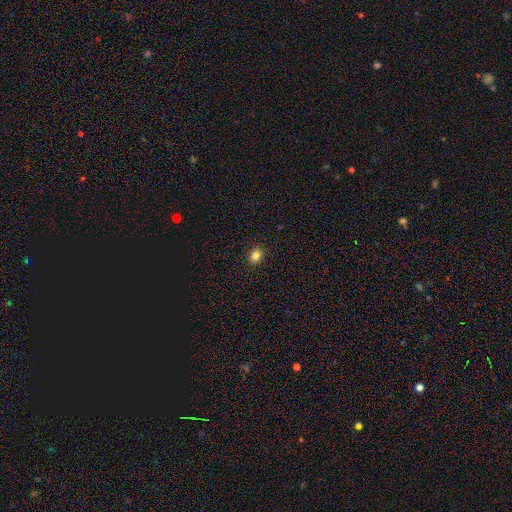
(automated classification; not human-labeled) Morphology: type=smooth (84%); roundness=round (55%); merging=none (90%).